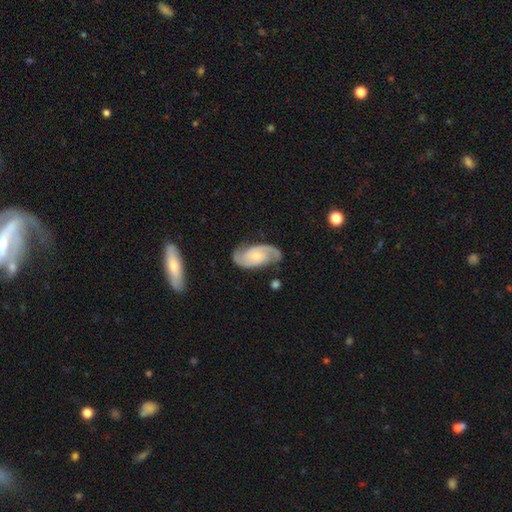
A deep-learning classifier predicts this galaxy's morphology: This appears to be a featured or disk galaxy (84%) with no bar (61%), 2 (91%) medium (49%) spiral arms (97%) and a small central bulge (55%). Merging: none (77%).